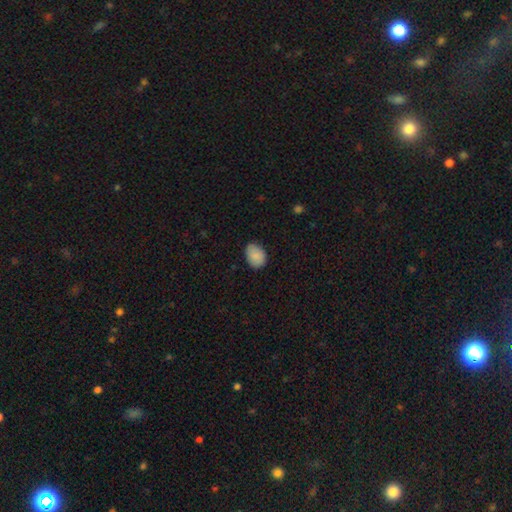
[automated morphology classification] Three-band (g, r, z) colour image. It shows a smooth galaxy with no disk features (87%) that is in between round and cigar-shaped (73%). Merging: none (80%).